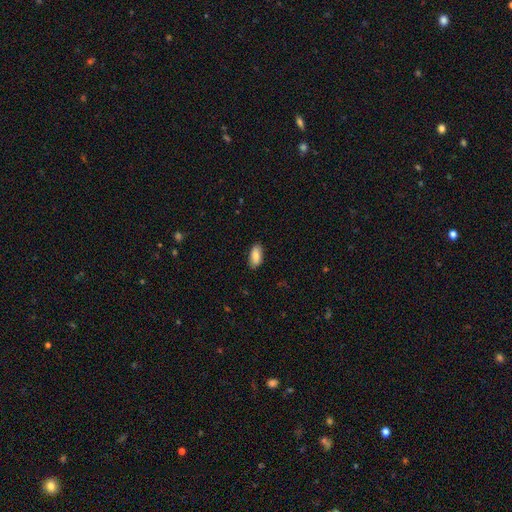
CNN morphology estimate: This appears to be a smooth galaxy with no disk features (86%) that is in between round and cigar-shaped (89%). Merging: none (87%).